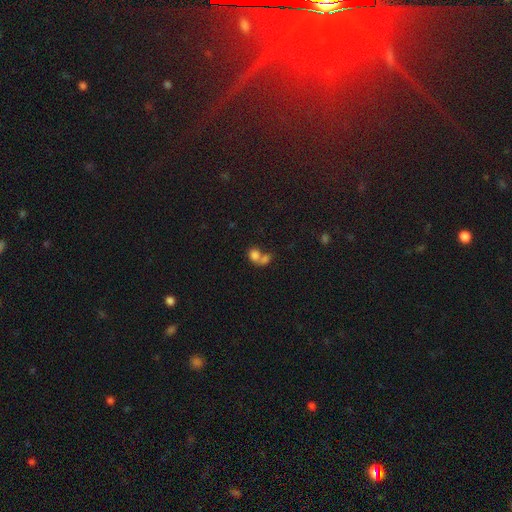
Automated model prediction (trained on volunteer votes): This appears to be a smooth galaxy with no disk features (77%) that is in between round and cigar-shaped (53%). Merging: merger (66%).